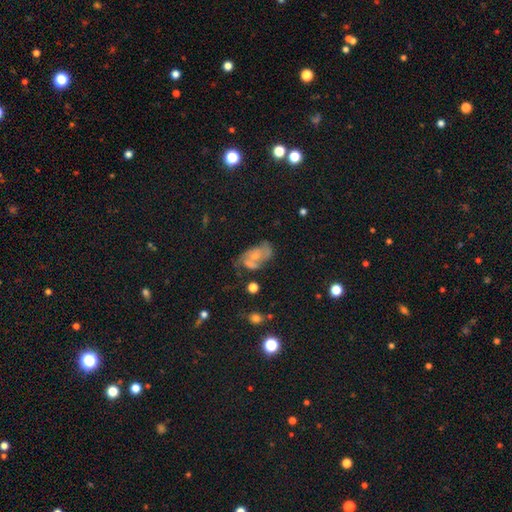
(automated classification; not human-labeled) featured or disk 60%, smooth 28%, star or artifact 12%. Down the decision tree: edge-on disk — no (96%); bar — no (71%); spiral arms — yes (72%); bulge size — small (54%); merging — none (36%).